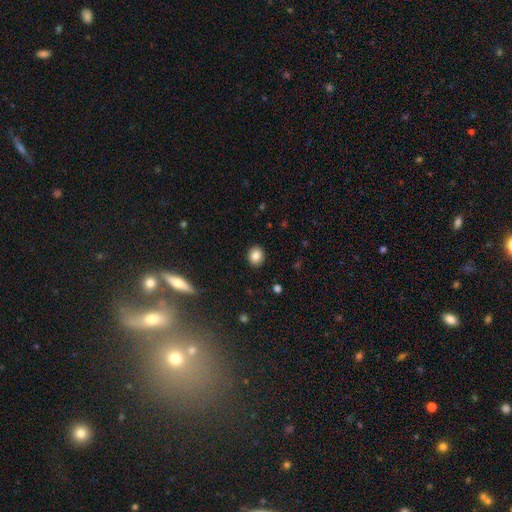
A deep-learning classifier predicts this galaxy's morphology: Smooth or featured? smooth (84%)
How rounded? round (72%)
Merging? none (91%)